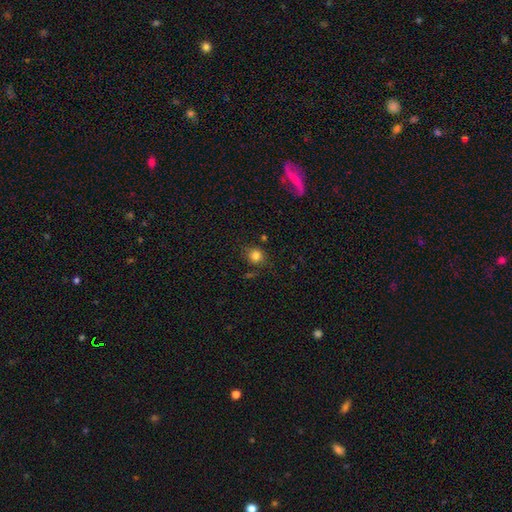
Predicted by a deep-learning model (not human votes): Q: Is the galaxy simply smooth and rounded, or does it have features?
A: smooth — 81%.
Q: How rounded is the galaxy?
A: round — 83%.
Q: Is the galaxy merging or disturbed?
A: none — 75%.